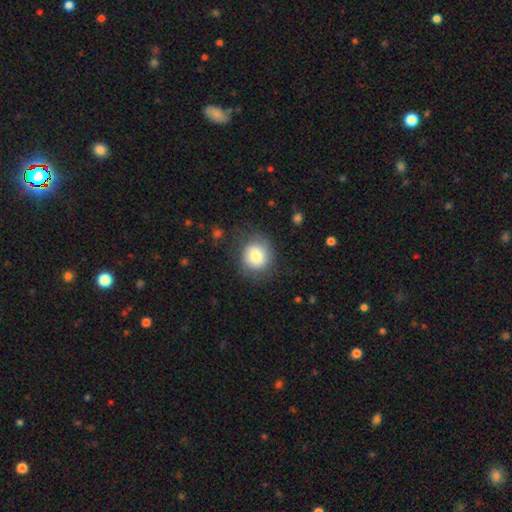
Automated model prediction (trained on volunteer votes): smooth-or-featured: smooth: 79% | featured or disk: 13% | star or artifact: 8%
  how-rounded: round: 83% | in between: 16% | cigar-shaped: 1%
  merging: none: 74% | minor disturbance: 16% | major disturbance: 8% | merger: 1%